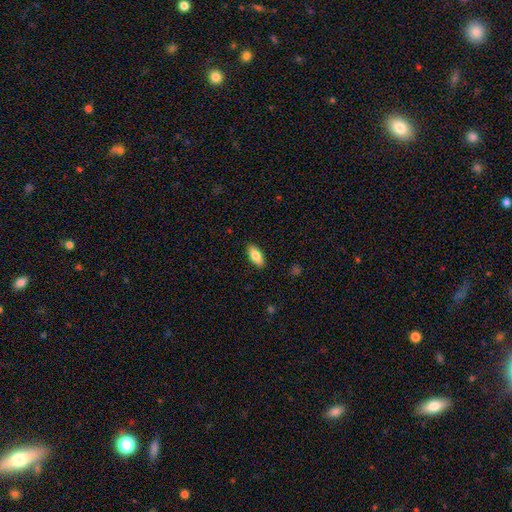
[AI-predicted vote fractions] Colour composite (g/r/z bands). It shows a smooth galaxy with no disk features (83%) that is in between round and cigar-shaped (87%). Merging: none (88%).